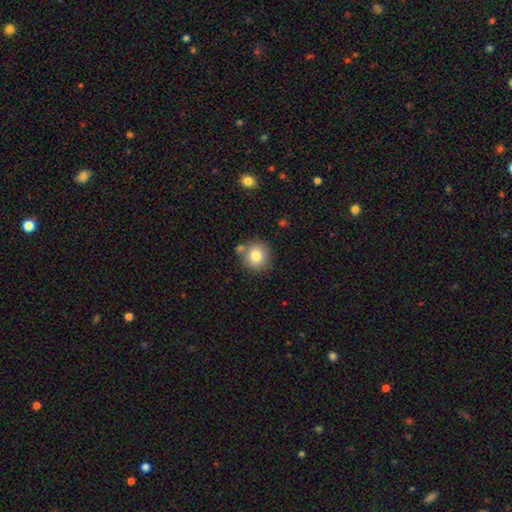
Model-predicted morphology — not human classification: smooth 81%, star or artifact 10%, featured or disk 9%. Down the decision tree: how rounded — round (91%); merging — none (73%).